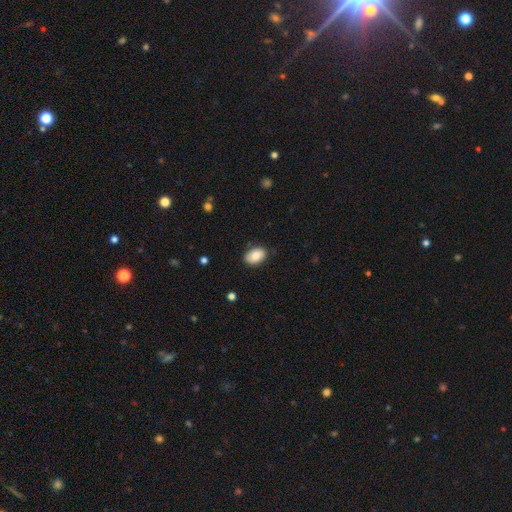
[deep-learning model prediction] Smooth or featured: smooth — 85% (featured or disk — 8%)
How rounded: in between — 88% (round — 11%)
Merging: none — 83% (minor disturbance — 13%)